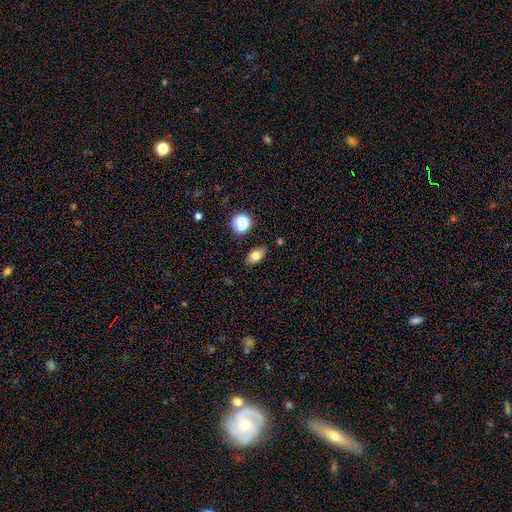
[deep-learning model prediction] smooth-or-featured: smooth: 78% | featured or disk: 11% | star or artifact: 11%
  how-rounded: in between: 86% | round: 11% | cigar-shaped: 3%
  merging: none: 83% | minor disturbance: 12% | major disturbance: 3% | merger: 2%